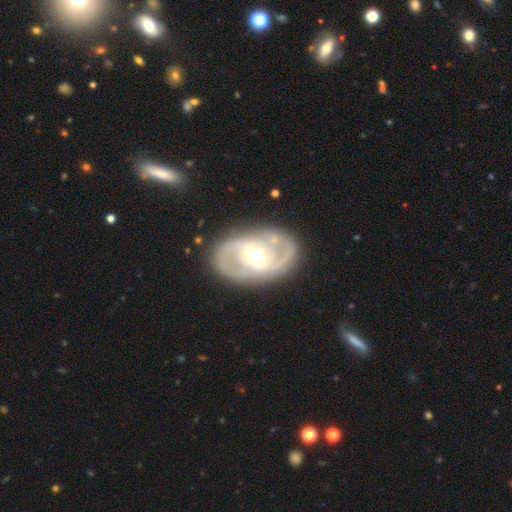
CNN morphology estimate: Smooth or featured? Predicted: featured or disk (p=0.84). Edge-on disk? Predicted: no (p=0.96). Bar? Predicted: no (p=0.41). Spiral arms? Predicted: yes (p=0.88). Spiral winding? Predicted: medium (p=0.46). Spiral arm count? Predicted: 2 (p=0.85). Bulge size? Predicted: moderate (p=0.71). Merging? Predicted: none (p=0.83).